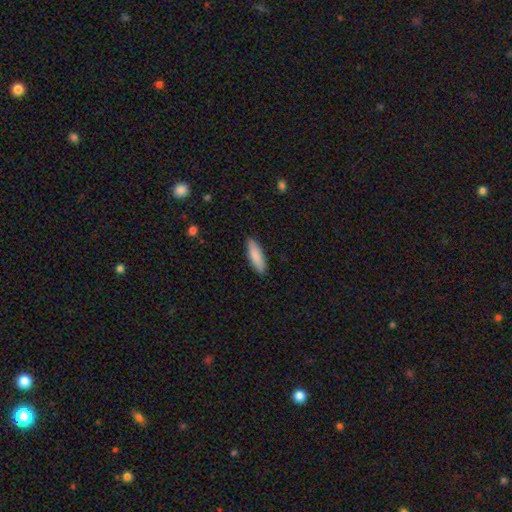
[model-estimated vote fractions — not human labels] Smooth or featured?
  - smooth: 87% *
  - featured or disk: 7%
  - star or artifact: 5%
How rounded?
  - cigar-shaped: 52% *
  - in between: 46%
  - round: 2%
Merging?
  - none: 89% *
  - minor disturbance: 9%
  - major disturbance: 2%
  - merger: 1%